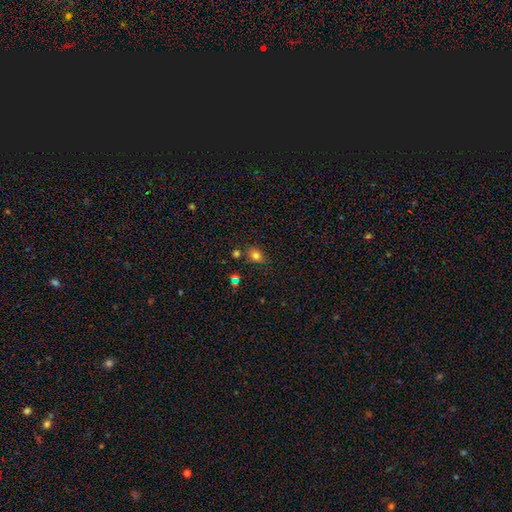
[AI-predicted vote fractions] Smooth or featured?
  - smooth: 77% *
  - star or artifact: 15%
  - featured or disk: 8%
How rounded?
  - round: 53% *
  - in between: 46%
  - cigar-shaped: 1%
Merging?
  - none: 76% *
  - minor disturbance: 14%
  - merger: 7%
  - major disturbance: 4%